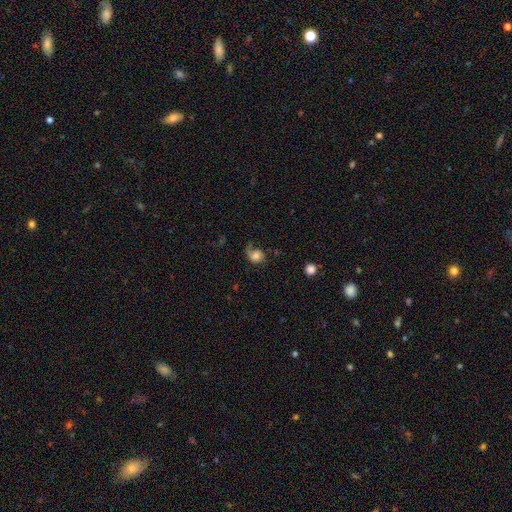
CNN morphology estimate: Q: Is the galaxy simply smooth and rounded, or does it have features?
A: smooth — 47%.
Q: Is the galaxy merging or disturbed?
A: none — 42%.